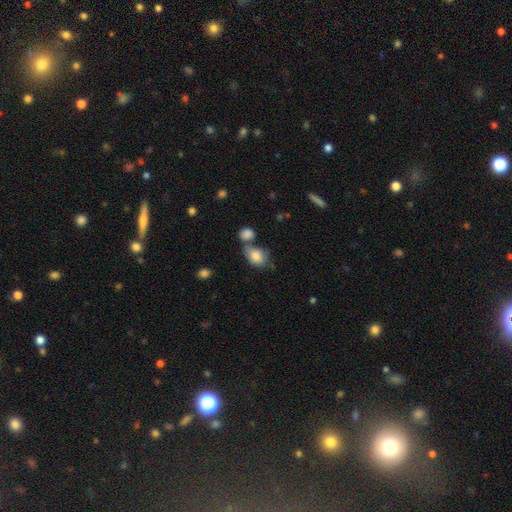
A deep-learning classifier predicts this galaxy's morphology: type=smooth (82%); roundness=in between (76%); merging=none (46%).